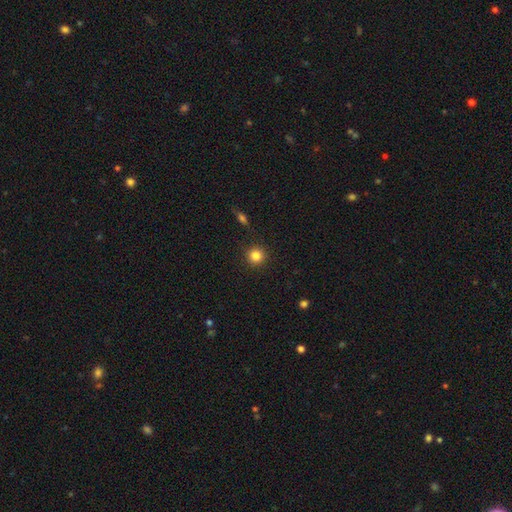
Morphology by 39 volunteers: This appears to be a smooth galaxy with no disk features (87%) that is round (100%). Merging: none (94%).